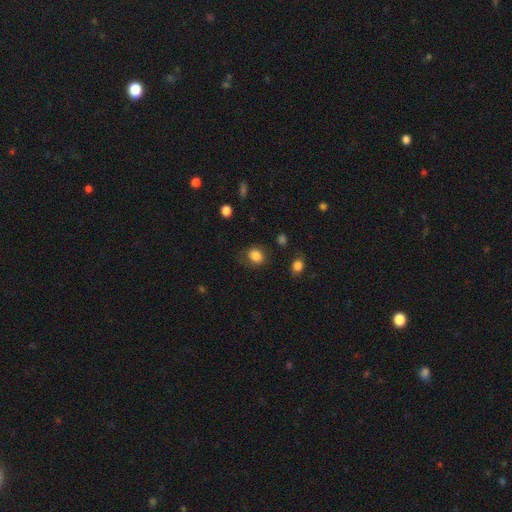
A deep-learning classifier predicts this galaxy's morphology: This is clearly a smooth galaxy (84%). How rounded: possibly round (59%). Merging: likely none (71%).